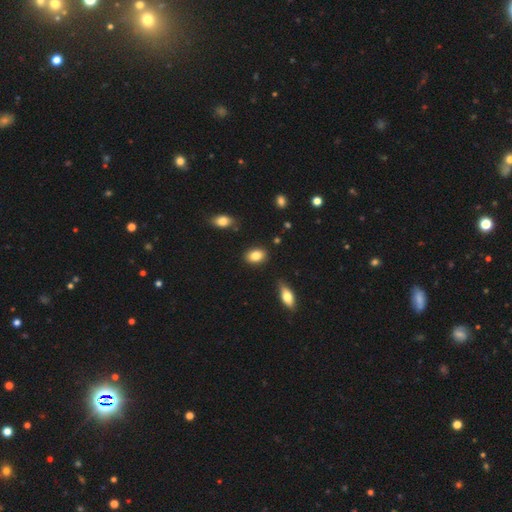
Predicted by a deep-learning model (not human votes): Smooth or featured: smooth — 86% (star or artifact — 8%)
How rounded: in between — 82% (round — 16%)
Merging: none — 86% (minor disturbance — 10%)